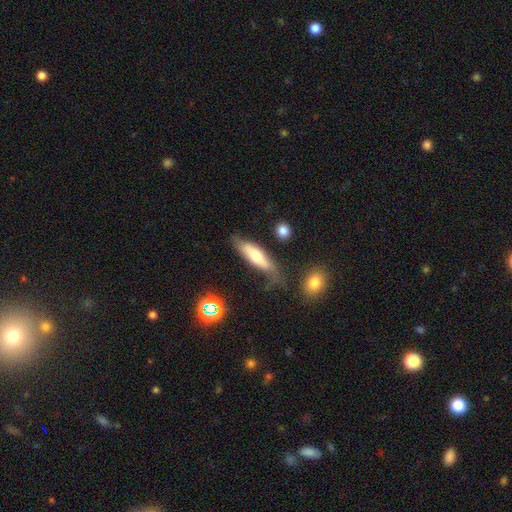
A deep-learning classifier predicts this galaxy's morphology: Q: Smooth or featured?
A: smooth (58%); runner-up: featured or disk (35%)
Q: How rounded?
A: cigar-shaped (55%); runner-up: in between (43%)
Q: Merging?
A: none (45%); runner-up: minor disturbance (31%)